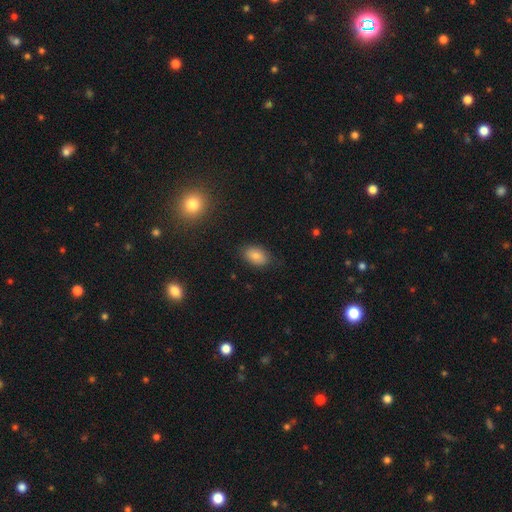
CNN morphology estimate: Smooth or featured: smooth — 81% (star or artifact — 10%)
How rounded: in between — 87% (round — 11%)
Merging: none — 82% (minor disturbance — 13%)